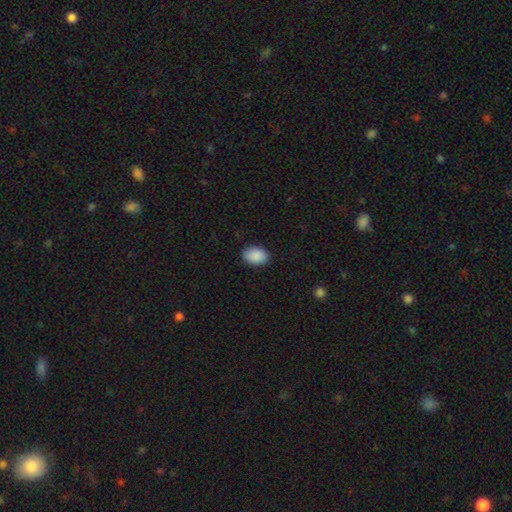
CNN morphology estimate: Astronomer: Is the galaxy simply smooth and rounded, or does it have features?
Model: smooth — 90%.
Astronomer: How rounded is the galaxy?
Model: in between — 83%.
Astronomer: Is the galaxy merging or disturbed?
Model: none — 88%.